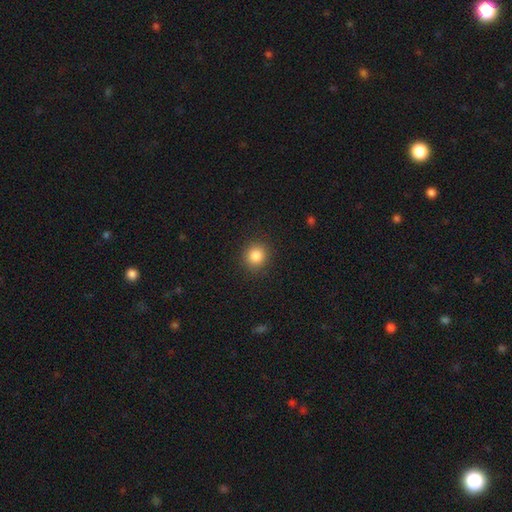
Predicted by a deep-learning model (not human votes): smooth-or-featured: smooth: 85% | star or artifact: 10% | featured or disk: 5%
  how-rounded: round: 86% | in between: 13% | cigar-shaped: 1%
  merging: none: 90% | minor disturbance: 7% | major disturbance: 2% | merger: 1%